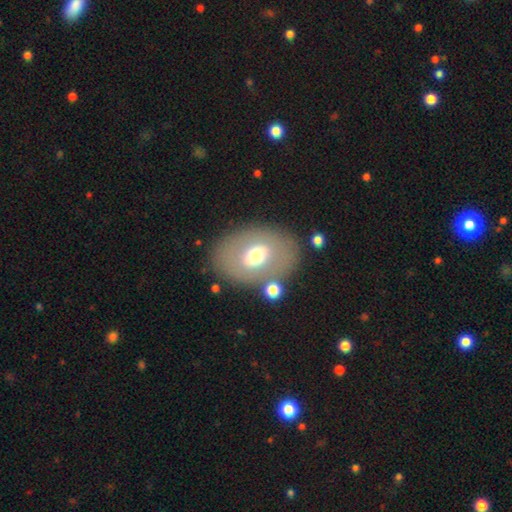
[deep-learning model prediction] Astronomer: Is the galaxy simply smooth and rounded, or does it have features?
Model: smooth — 54% (runner-up: featured or disk, 37%).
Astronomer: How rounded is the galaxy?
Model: in between — 79%.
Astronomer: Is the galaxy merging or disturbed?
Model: none — 77%.